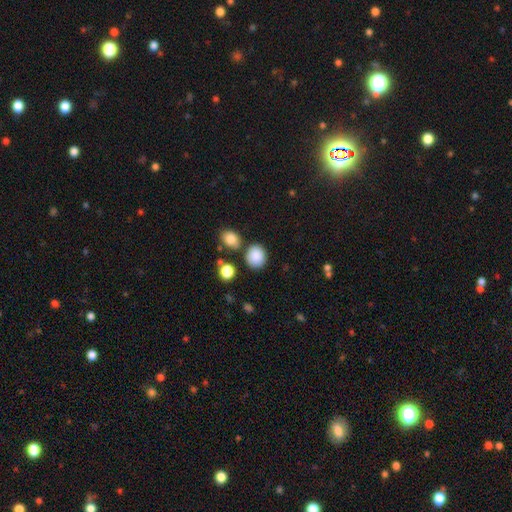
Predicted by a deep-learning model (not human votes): Smooth or featured? smooth (86%)
How rounded? round (75%)
Merging? none (76%)